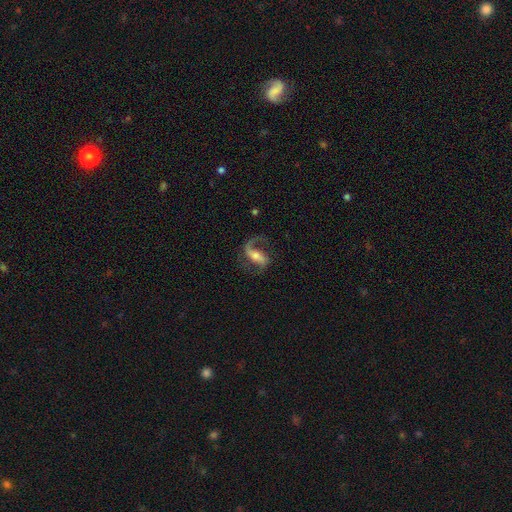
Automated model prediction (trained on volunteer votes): A featured or disk galaxy (82%) with a strong bar (40%), 2 (62%) loose (54%) spiral arms (94%) and a moderate central bulge (50%). Merging: none (60%).